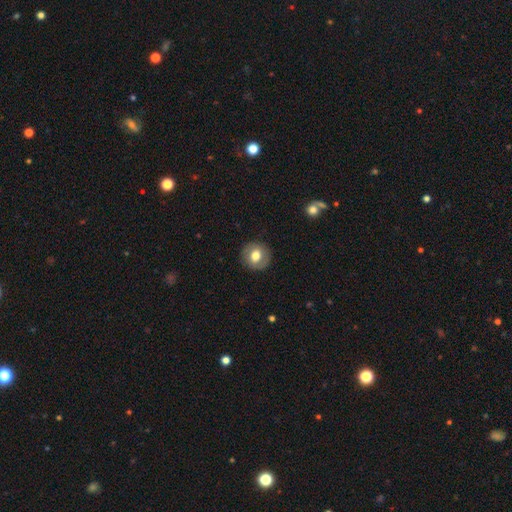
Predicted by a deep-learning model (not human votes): The model was most divided on "smooth or featured": smooth: 67%, featured or disk: 25%, star or artifact: 8%. More confident: merging — none (88%); how rounded — round (88%).